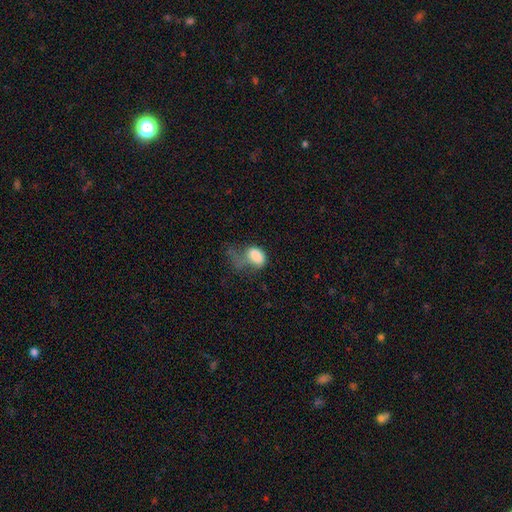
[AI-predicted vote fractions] smooth-or-featured: smooth: 77% | featured or disk: 14% | star or artifact: 10%
  how-rounded: in between: 85% | round: 13% | cigar-shaped: 2%
  merging: major disturbance: 58% | minor disturbance: 19% | none: 14% | merger: 9%